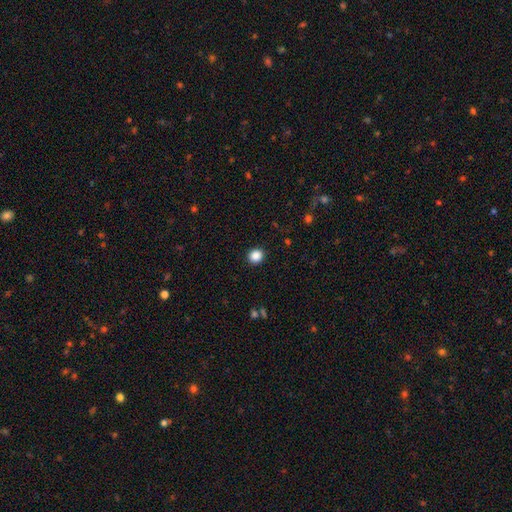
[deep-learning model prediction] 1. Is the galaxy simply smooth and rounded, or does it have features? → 87% smooth, 10% star or artifact, 3% featured or disk.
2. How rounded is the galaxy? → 84% round, 15% in between, 1% cigar-shaped.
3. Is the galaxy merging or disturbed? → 92% none, 5% minor disturbance, 2% major disturbance, 1% merger.